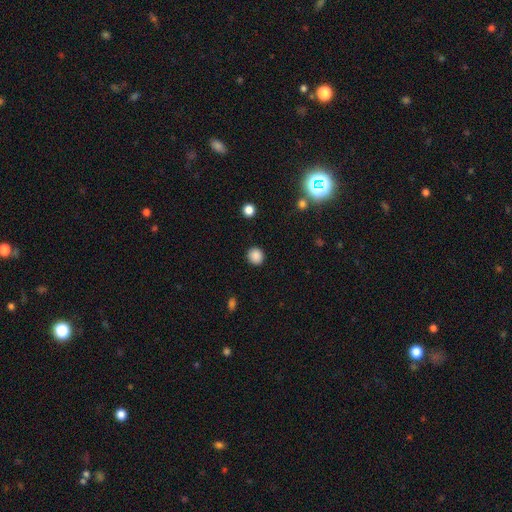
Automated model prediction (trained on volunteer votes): Smooth or featured: smooth — 87% (star or artifact — 10%)
How rounded: round — 86% (in between — 13%)
Merging: none — 90% (minor disturbance — 7%)